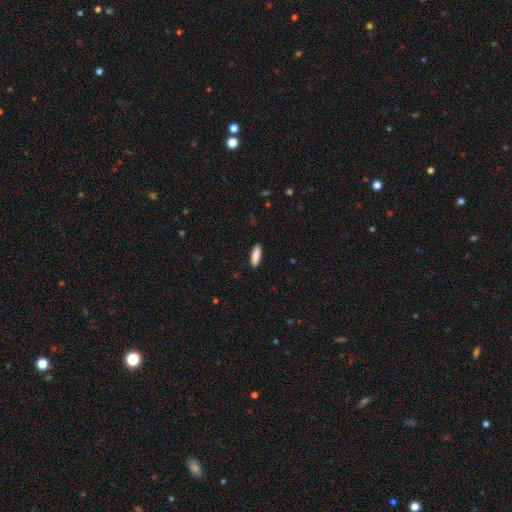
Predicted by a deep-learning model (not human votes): Smooth or featured? Predicted: smooth (p=0.90). How rounded? Predicted: in between (p=0.52). Merging? Predicted: none (p=0.90).